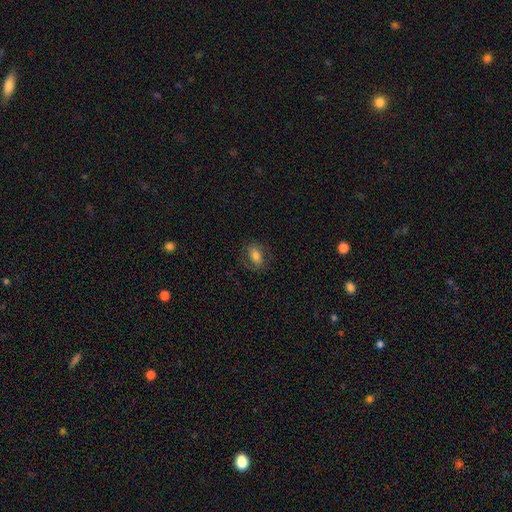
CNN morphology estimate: The model was most divided on "smooth or featured": smooth: 61%, featured or disk: 30%, star or artifact: 9%. More confident: how rounded — in between (80%); merging — none (72%).